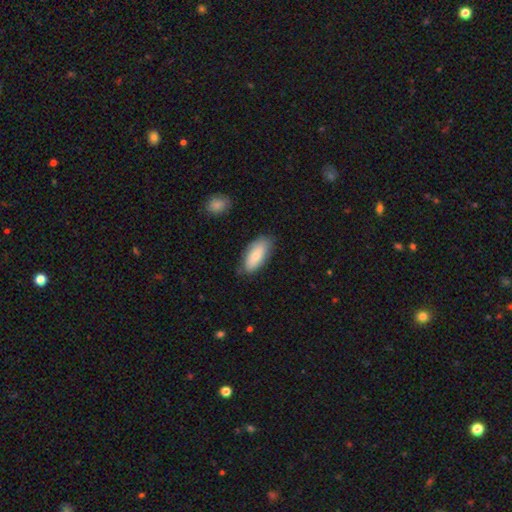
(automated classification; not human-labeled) Overall: smooth (77%). How rounded: in between (87%). Merging: none (75%).